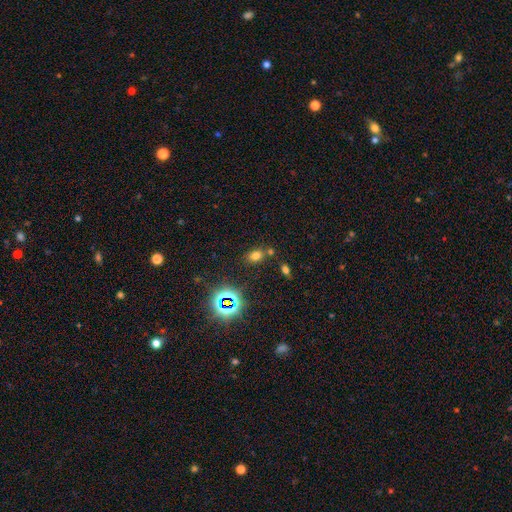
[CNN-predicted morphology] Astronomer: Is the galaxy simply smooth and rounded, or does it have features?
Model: smooth — 64%.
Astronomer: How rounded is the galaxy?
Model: in between — 70%.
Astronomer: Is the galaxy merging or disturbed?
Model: none — 69%.